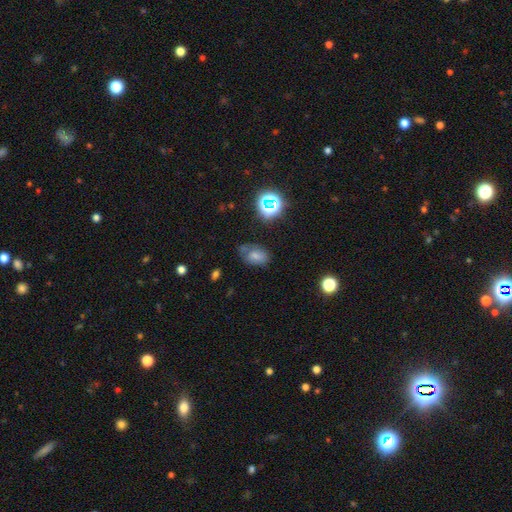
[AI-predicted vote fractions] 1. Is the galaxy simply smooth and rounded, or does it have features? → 65% smooth, 19% star or artifact, 16% featured or disk.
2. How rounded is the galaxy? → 83% in between, 16% round, 1% cigar-shaped.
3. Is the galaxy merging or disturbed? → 58% none, 28% minor disturbance, 9% major disturbance, 6% merger.